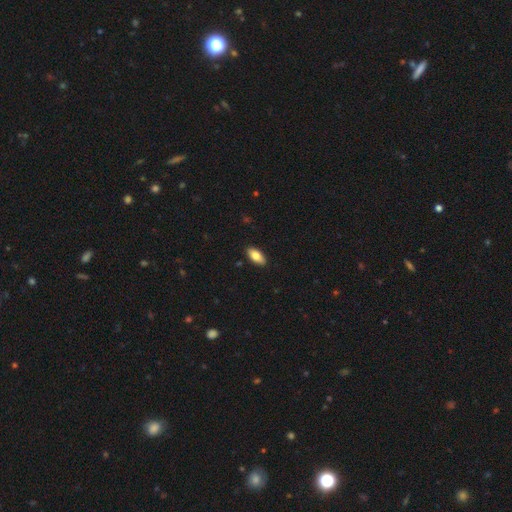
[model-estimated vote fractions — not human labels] Q: Smooth or featured?
A: smooth (82%); runner-up: featured or disk (12%)
Q: How rounded?
A: in between (91%); runner-up: cigar-shaped (7%)
Q: Merging?
A: none (89%); runner-up: minor disturbance (8%)